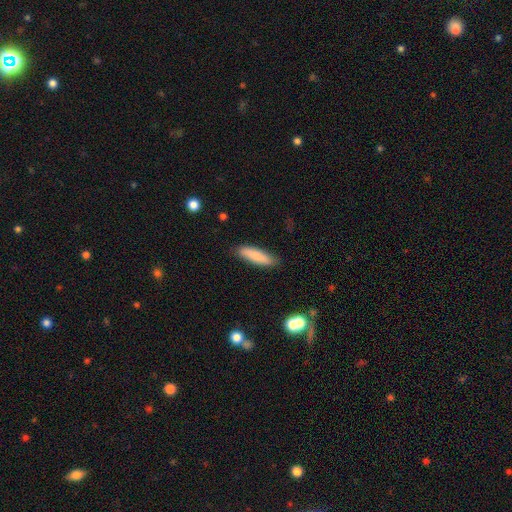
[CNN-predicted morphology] This appears to be a smooth galaxy with no disk features (83%) that is cigar-shaped (65%). Merging: none (85%).